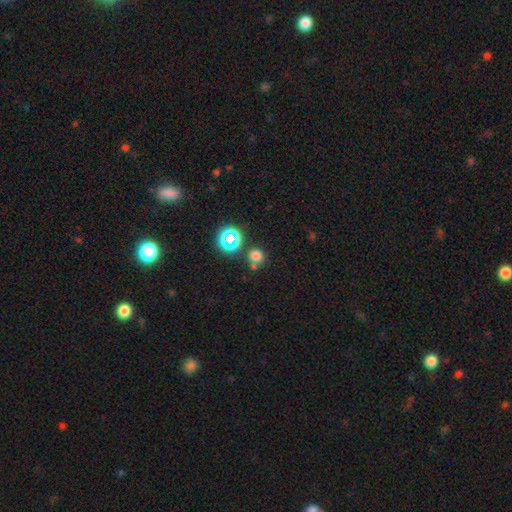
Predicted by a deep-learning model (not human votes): Overall: smooth (69%). How rounded: round (87%). Merging: none (69%).